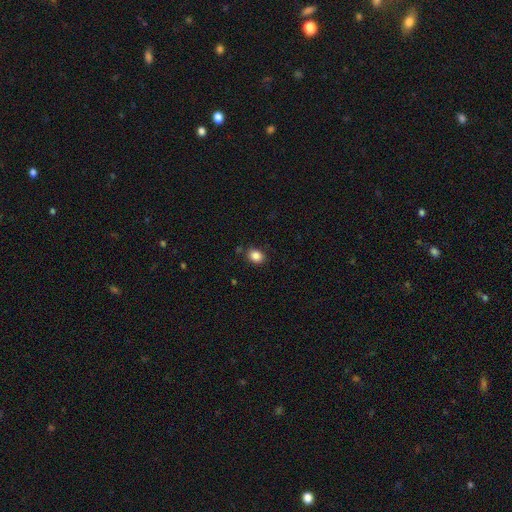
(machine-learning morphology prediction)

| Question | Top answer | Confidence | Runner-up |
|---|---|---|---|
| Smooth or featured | smooth | 86% | star or artifact (10%) |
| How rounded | round | 50% | in between (49%) |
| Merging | none | 83% | minor disturbance (11%) |